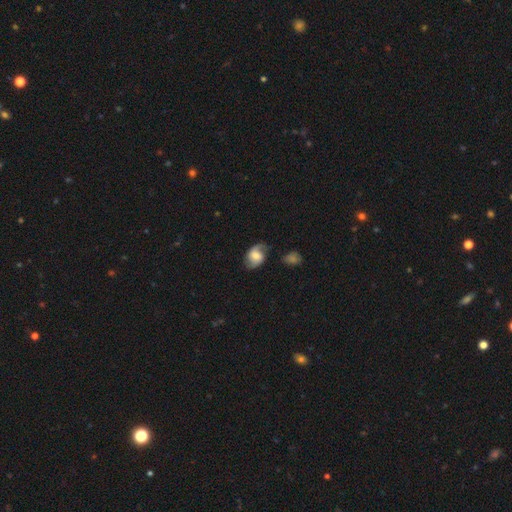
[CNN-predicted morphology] Smooth or featured? featured or disk (66%)
Edge-on disk? no (97%)
Bar? weak (44%)
Spiral arms? yes (91%)
Spiral winding? medium (43%)
Spiral arm count? 2 (87%)
Bulge size? moderate (53%)
Merging? none (69%)